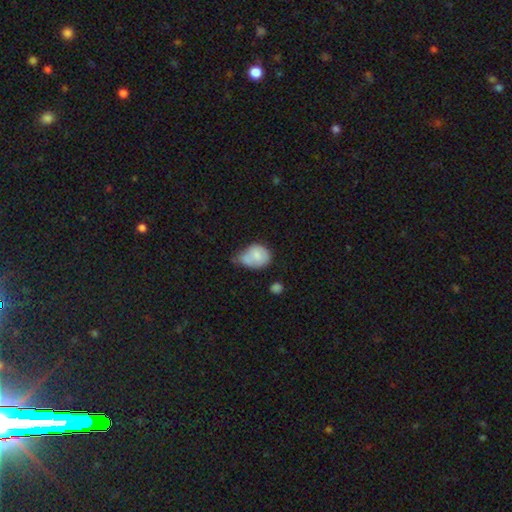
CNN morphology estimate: A smooth galaxy with no disk features (76%) that is in between round and cigar-shaped (55%).

Vote fractions:
- Smooth or featured? smooth: 76% / featured or disk: 17% / star or artifact: 8%
- How rounded? in between: 55% / round: 44% / cigar-shaped: 1%
- Merging? minor disturbance: 38% / none: 26% / merger: 21% / major disturbance: 16%